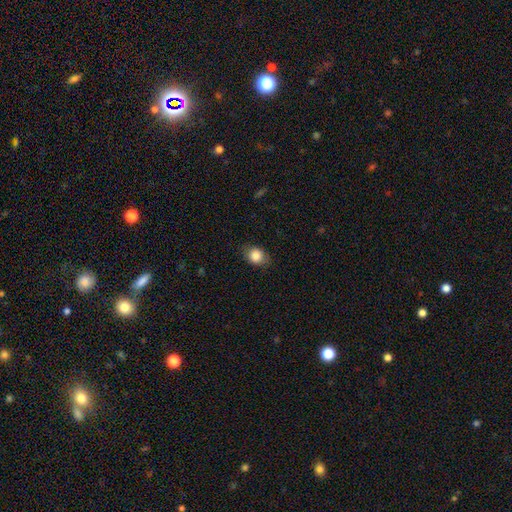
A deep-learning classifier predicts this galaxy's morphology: Smooth or featured?
  - smooth: 84% *
  - star or artifact: 8%
  - featured or disk: 7%
How rounded?
  - in between: 55% *
  - round: 44%
  - cigar-shaped: 1%
Merging?
  - none: 79% *
  - minor disturbance: 16%
  - major disturbance: 4%
  - merger: 1%